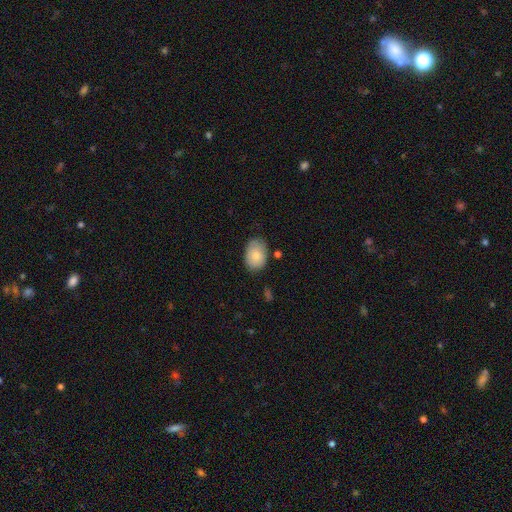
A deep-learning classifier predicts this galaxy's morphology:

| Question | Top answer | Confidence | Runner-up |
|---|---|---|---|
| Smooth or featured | smooth | 82% | featured or disk (11%) |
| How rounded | in between | 81% | round (18%) |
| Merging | none | 76% | minor disturbance (18%) |